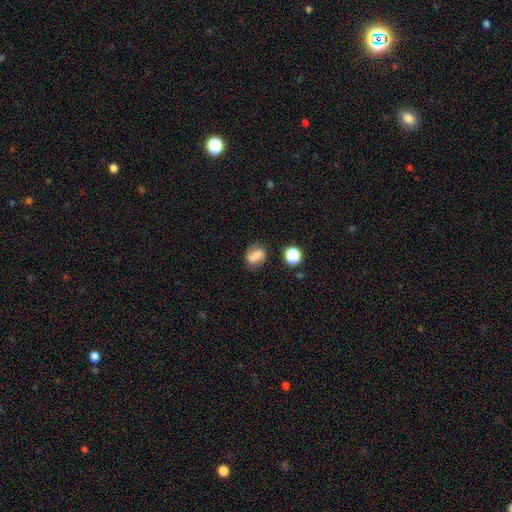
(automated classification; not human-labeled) Smooth or featured? smooth (46%)
Merging? none (68%)